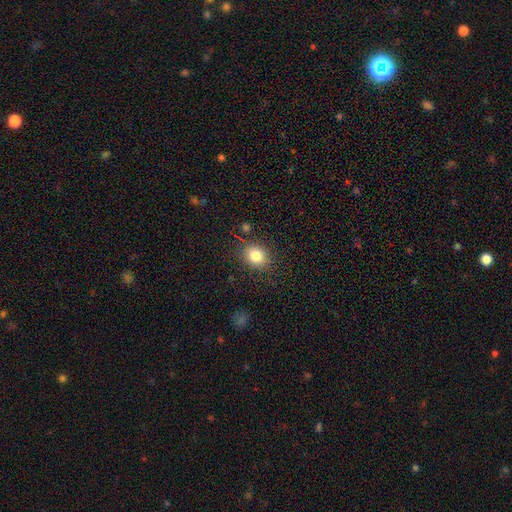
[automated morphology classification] type=smooth (82%); roundness=round (60%); merging=none (84%).